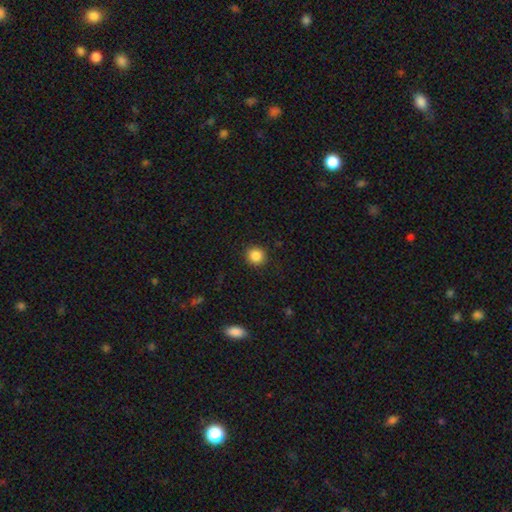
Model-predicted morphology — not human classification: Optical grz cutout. It shows a smooth galaxy with no disk features (87%) that is round (90%). Merging: none (91%).